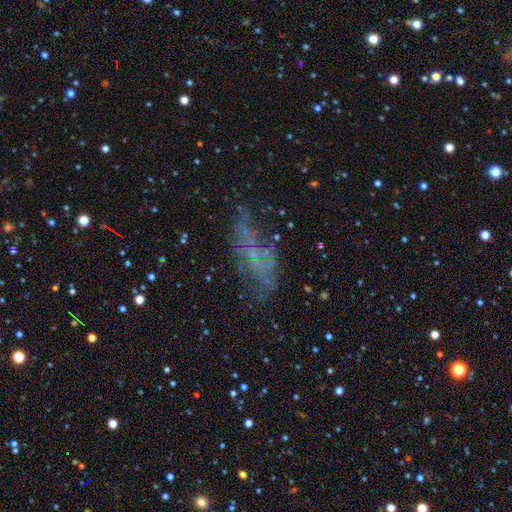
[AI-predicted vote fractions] featured or disk 44%, smooth 29%, star or artifact 27%. Down the decision tree: merging — none (50%).